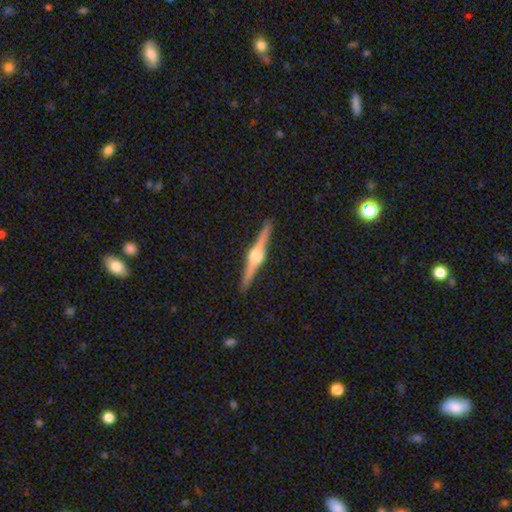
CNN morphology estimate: Smooth or featured? Predicted: featured or disk (p=0.84). Edge-on disk? Predicted: yes (p=0.98). Edge-on bulge? Predicted: rounded (p=0.92). Merging? Predicted: none (p=0.92).